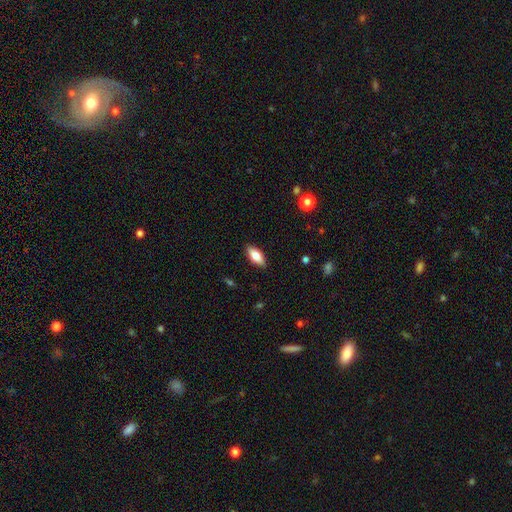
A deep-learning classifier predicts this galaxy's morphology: smooth 74%, featured or disk 19%, star or artifact 7%. Down the decision tree: how rounded — in between (84%); merging — none (88%).